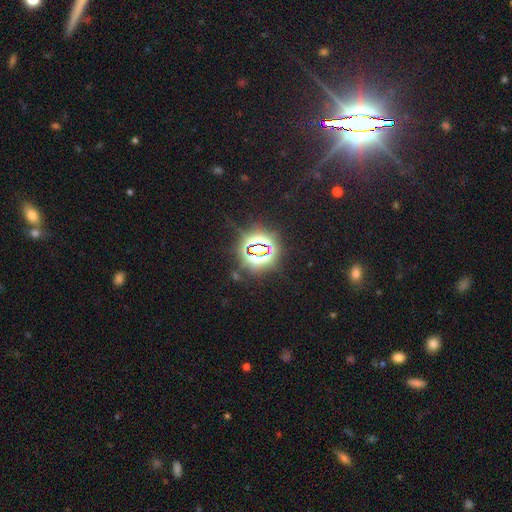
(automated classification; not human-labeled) A star or artifact, not a galaxy (82%).

Vote fractions:
- Smooth or featured? star or artifact: 82% / smooth: 10% / featured or disk: 8%